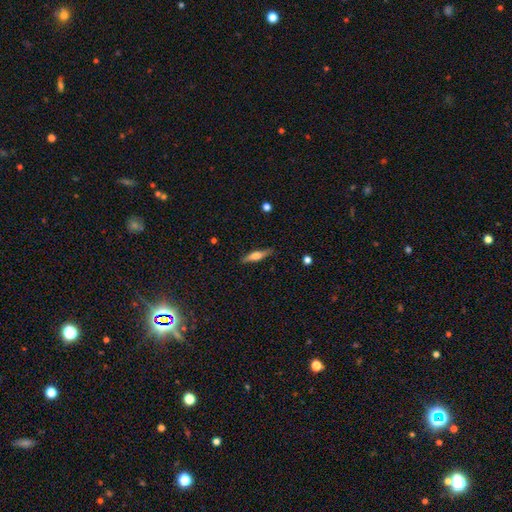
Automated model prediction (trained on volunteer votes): A featured or disk galaxy (47%). Merging: none (84%).